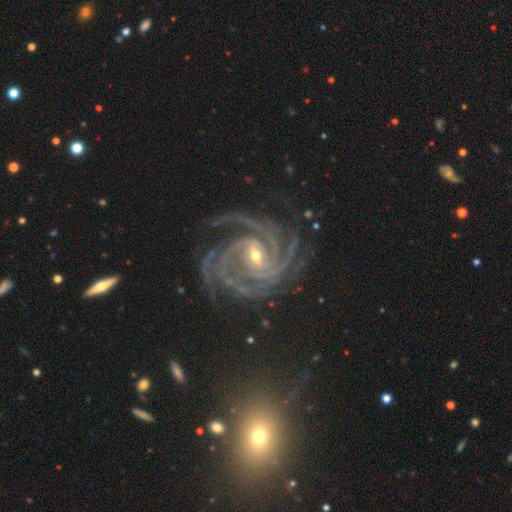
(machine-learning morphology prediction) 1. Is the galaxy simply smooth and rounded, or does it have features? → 94% featured or disk, 4% star or artifact, 2% smooth.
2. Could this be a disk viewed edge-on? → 98% no, 2% yes.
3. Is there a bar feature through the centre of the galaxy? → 42% weak, 35% strong, 23% no.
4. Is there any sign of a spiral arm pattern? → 99% yes, 1% no.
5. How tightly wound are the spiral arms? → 72% tight, 24% medium, 4% loose.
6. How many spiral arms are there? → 31% 4, 20% 3, 18% more than 4, 12% can't tell, 11% 2, 8% 1.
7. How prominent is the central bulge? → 55% small, 41% moderate, 2% large, 1% none, 1% dominant.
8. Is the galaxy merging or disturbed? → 72% none, 16% minor disturbance, 11% major disturbance, 2% merger.